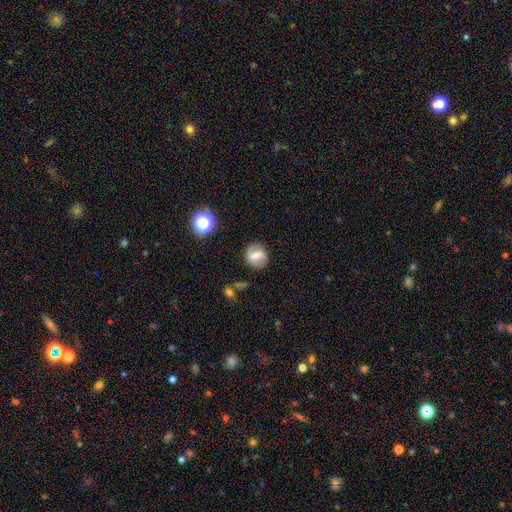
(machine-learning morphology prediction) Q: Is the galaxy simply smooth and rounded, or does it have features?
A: featured or disk — 56%.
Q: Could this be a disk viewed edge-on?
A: no — 96%.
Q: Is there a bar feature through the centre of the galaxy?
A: weak — 44%.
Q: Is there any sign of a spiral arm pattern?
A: yes — 76%.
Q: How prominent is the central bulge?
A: moderate — 59%.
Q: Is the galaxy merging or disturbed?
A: none — 83%.